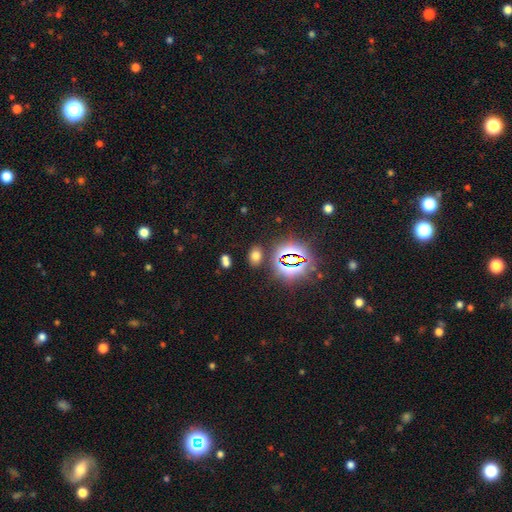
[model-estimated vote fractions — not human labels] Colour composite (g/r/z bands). It shows a smooth galaxy with no disk features (61%) that is in between round and cigar-shaped (80%). Merging: none (83%).